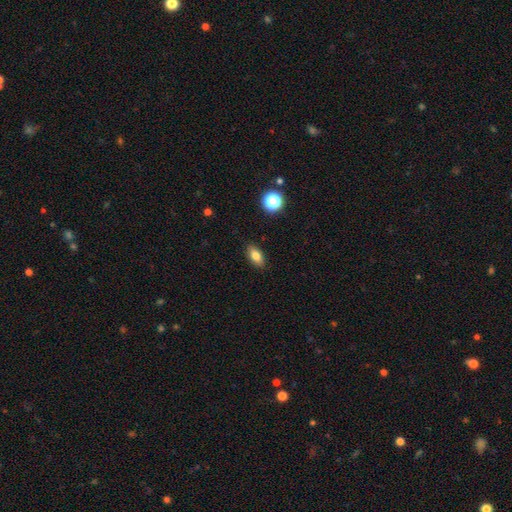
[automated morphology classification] Q: Smooth or featured?
A: smooth (81%); runner-up: featured or disk (10%)
Q: How rounded?
A: in between (85%); runner-up: cigar-shaped (8%)
Q: Merging?
A: none (89%); runner-up: minor disturbance (8%)